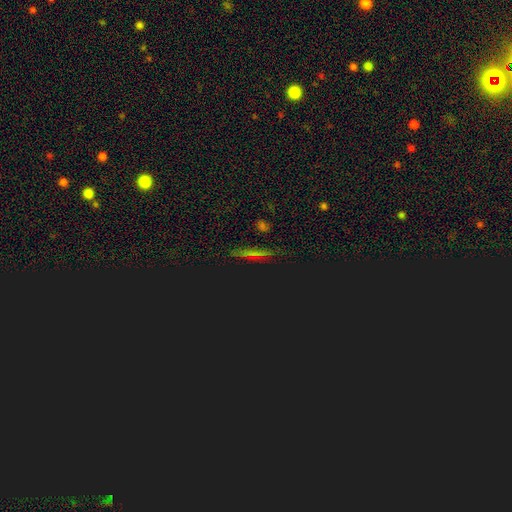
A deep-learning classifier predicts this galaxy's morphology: smooth-or-featured: star or artifact: 49% | smooth: 36% | featured or disk: 15%